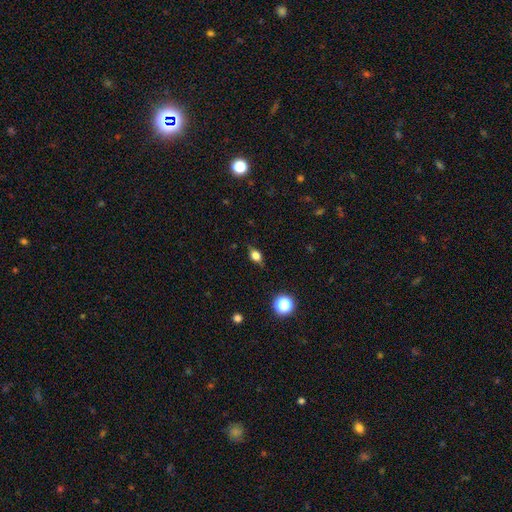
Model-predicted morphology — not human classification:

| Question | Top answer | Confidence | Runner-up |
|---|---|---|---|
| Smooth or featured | smooth | 66% | featured or disk (21%) |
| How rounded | in between | 60% | round (32%) |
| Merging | none | 79% | minor disturbance (16%) |